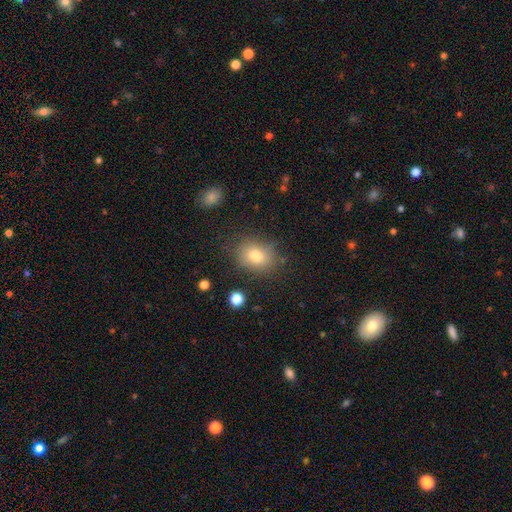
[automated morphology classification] Smooth or featured: smooth — 78% (star or artifact — 12%)
How rounded: in between — 52% (round — 47%)
Merging: none — 81% (minor disturbance — 13%)